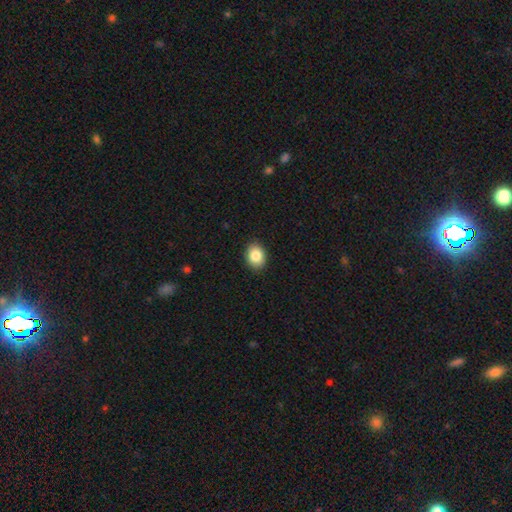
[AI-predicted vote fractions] This is clearly a smooth galaxy (86%). How rounded: likely in between (61%). Merging: clearly none (90%).